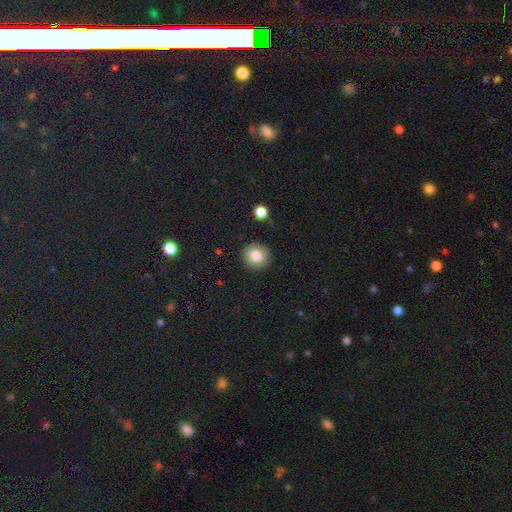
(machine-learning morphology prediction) This appears to be a smooth galaxy with no disk features (77%) that is round (90%). Merging: none (89%).